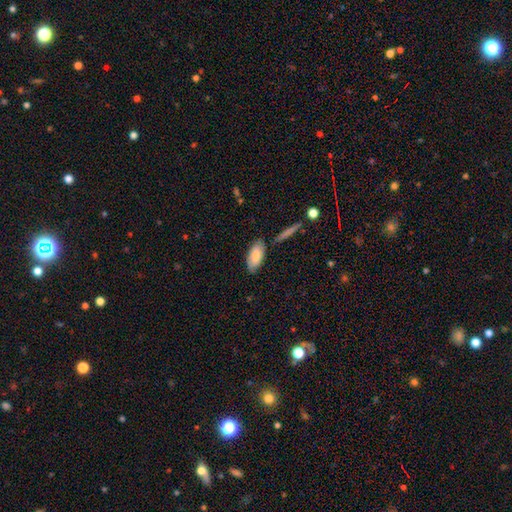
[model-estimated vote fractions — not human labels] A smooth galaxy with no disk features (79%) that is in between round and cigar-shaped (86%). Merging: none (78%).